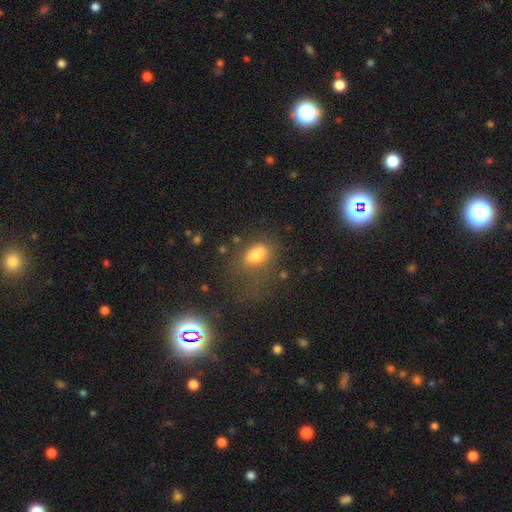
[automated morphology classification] The model was most divided on "merging": none: 47%, major disturbance: 24%, minor disturbance: 22%, merger: 7%. More confident: how rounded — in between (82%); smooth or featured — smooth (72%).